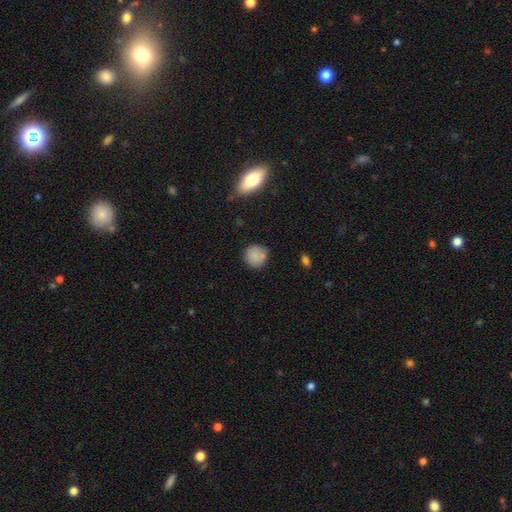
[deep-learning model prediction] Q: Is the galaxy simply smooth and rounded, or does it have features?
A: smooth — 83%.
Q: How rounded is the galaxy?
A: round — 92%.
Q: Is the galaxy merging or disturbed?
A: none — 75%.